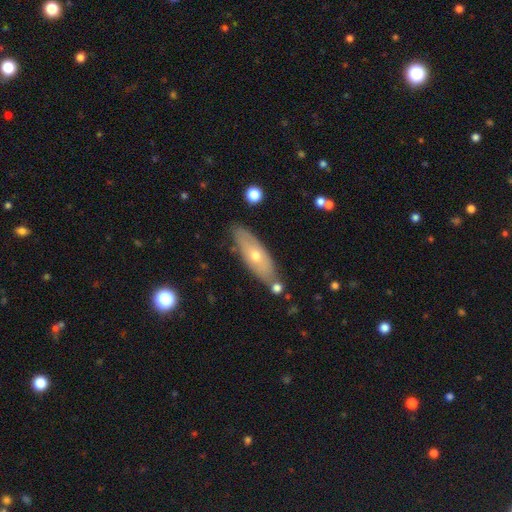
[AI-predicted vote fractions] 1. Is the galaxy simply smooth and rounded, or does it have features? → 51% smooth, 43% featured or disk, 6% star or artifact.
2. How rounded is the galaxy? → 52% in between, 45% cigar-shaped, 3% round.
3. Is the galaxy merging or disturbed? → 78% none, 14% minor disturbance, 5% merger, 3% major disturbance.